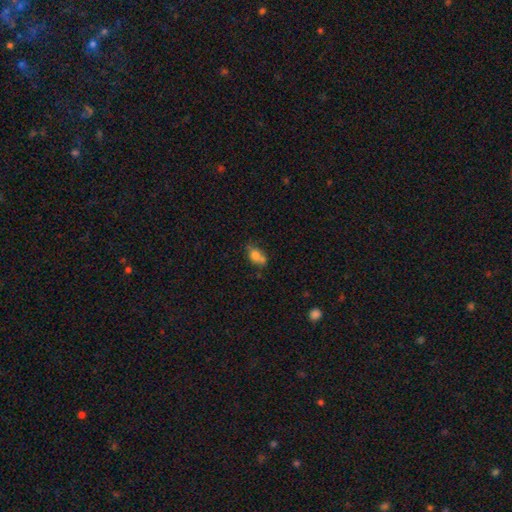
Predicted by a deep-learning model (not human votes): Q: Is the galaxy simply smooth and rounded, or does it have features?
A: smooth — 70%.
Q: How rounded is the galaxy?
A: in between — 74%.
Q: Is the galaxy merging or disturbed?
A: none — 41%.